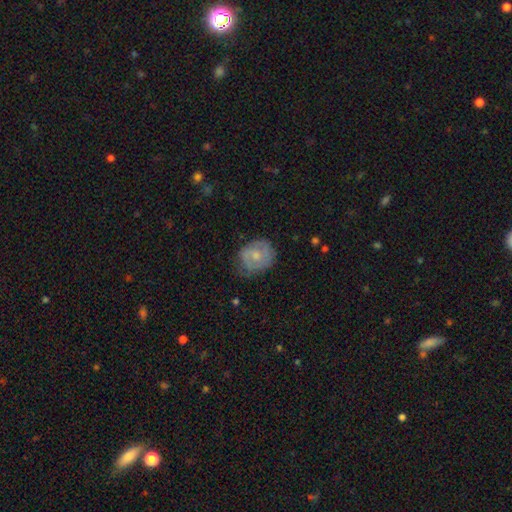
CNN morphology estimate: Smooth or featured: smooth — 47% (featured or disk — 46%)
Merging: none — 60% (minor disturbance — 29%)